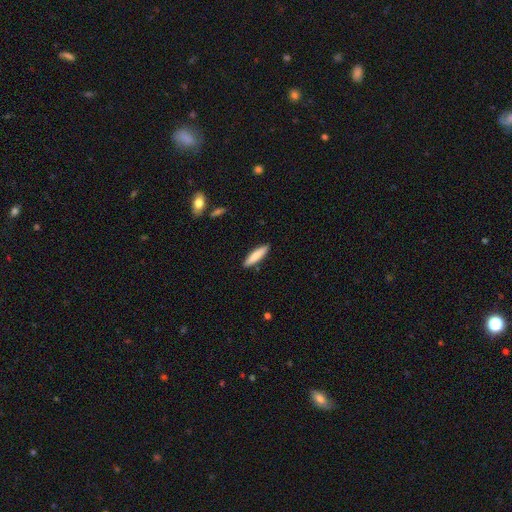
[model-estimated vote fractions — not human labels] A smooth galaxy with no disk features (80%) that is cigar-shaped (76%).

Vote fractions:
- Smooth or featured? smooth: 80% / featured or disk: 14% / star or artifact: 6%
- How rounded? cigar-shaped: 76% / in between: 22% / round: 1%
- Merging? none: 89% / minor disturbance: 8% / major disturbance: 2% / merger: 1%